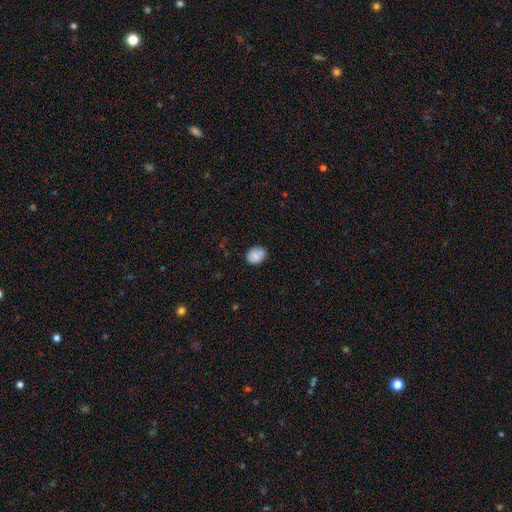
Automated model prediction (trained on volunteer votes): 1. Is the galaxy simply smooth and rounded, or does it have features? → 79% smooth, 13% featured or disk, 9% star or artifact.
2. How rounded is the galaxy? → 52% round, 47% in between, 1% cigar-shaped.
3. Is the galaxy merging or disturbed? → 74% none, 18% minor disturbance, 4% merger, 3% major disturbance.